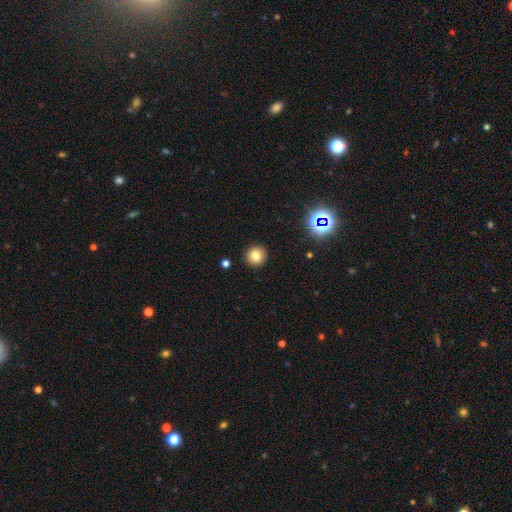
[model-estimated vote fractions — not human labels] smooth 78%, star or artifact 15%, featured or disk 7%. Down the decision tree: how rounded — round (95%); merging — none (92%).